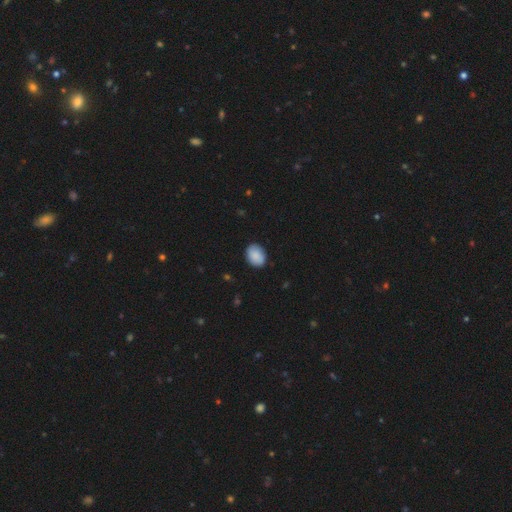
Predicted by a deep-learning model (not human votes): The model was most divided on "how rounded": in between: 65%, round: 34%, cigar-shaped: 1%. More confident: smooth or featured — smooth (89%); merging — none (86%).